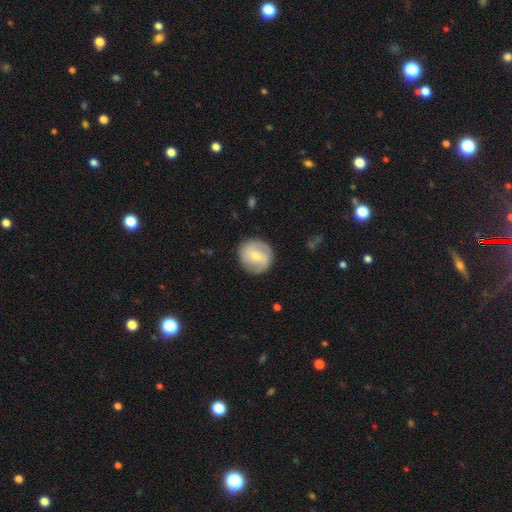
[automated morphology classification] This appears to be a featured or disk galaxy (53%) with a weak bar (47%), spiral arms (74%) and a small central bulge (49%). Merging: none (85%).